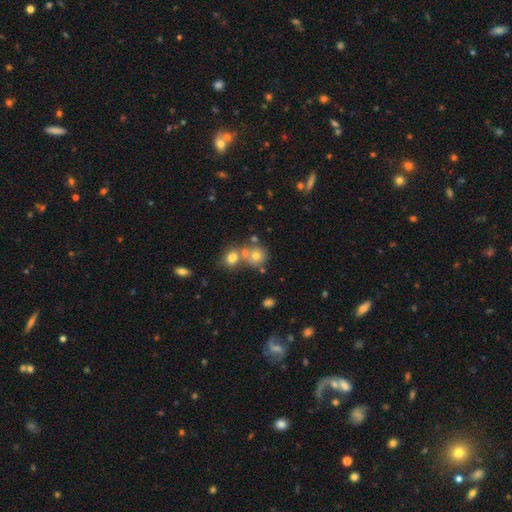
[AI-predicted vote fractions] Smooth or featured? Predicted: smooth (p=0.70). How rounded? Predicted: round (p=0.81). Merging? Predicted: none (p=0.45).